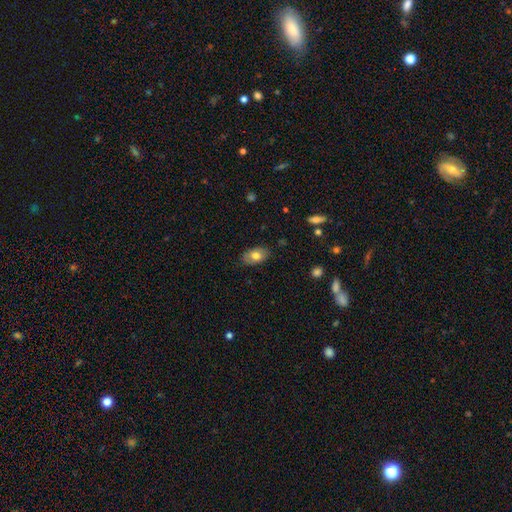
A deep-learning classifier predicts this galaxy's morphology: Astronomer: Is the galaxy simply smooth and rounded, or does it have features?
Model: smooth — 74%.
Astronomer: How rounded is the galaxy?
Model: in between — 91%.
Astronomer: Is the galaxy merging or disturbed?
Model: none — 84%.